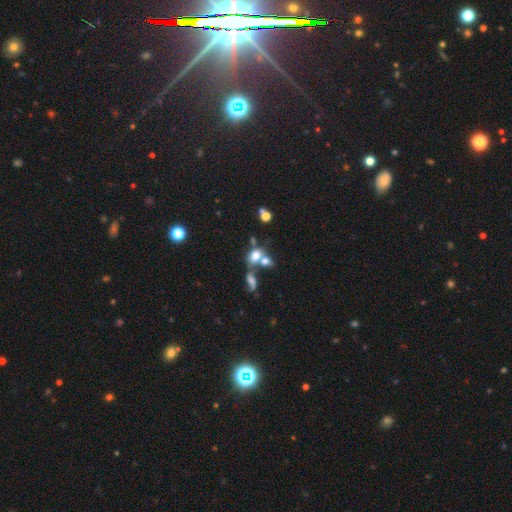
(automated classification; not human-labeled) Smooth or featured? Predicted: smooth (p=0.67). How rounded? Predicted: in between (p=0.67). Merging? Predicted: merger (p=0.50).